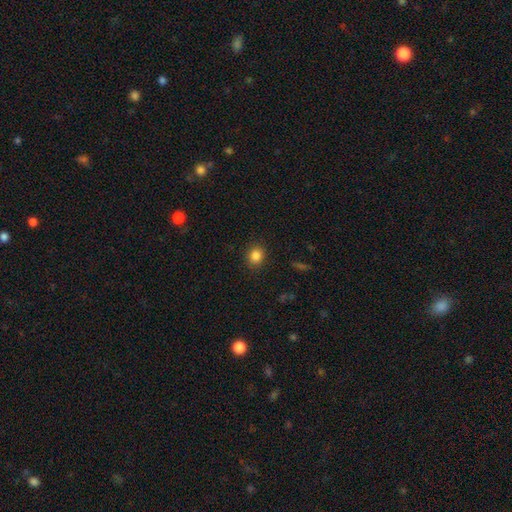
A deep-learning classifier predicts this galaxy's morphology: Overall: smooth (84%). How rounded: round (74%). Merging: none (89%).